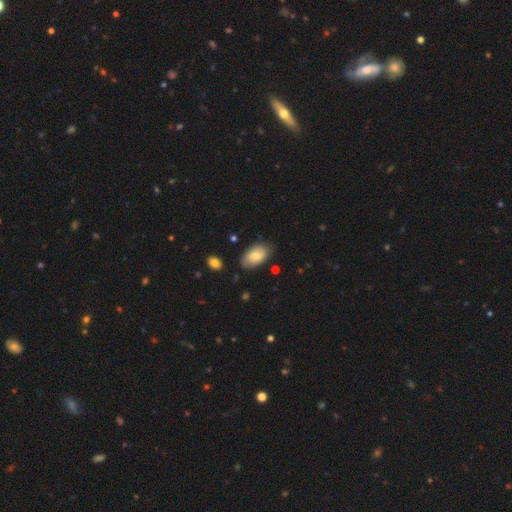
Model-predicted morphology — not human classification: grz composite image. It shows a smooth galaxy with no disk features (66%) that is in between round and cigar-shaped (94%). Merging: none (76%).